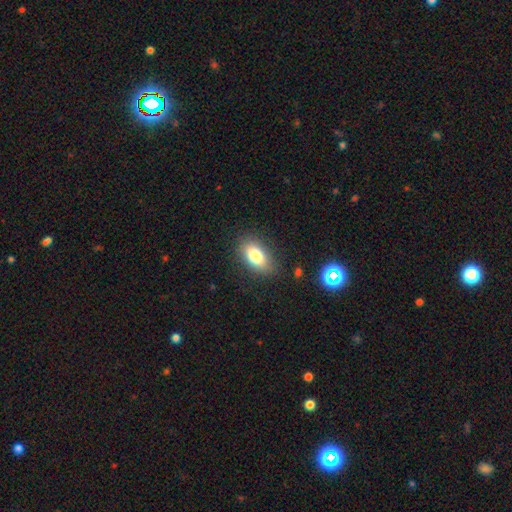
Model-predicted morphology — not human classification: A smooth galaxy with no disk features (79%) that is in between round and cigar-shaped (89%). Merging: none (82%).